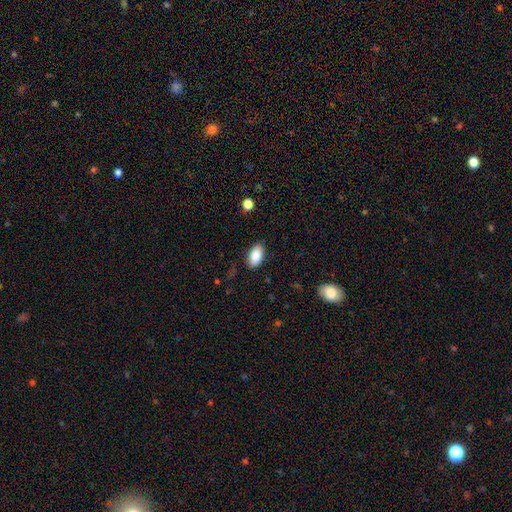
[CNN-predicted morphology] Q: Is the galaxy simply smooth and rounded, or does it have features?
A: smooth — 87%.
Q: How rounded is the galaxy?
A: in between — 93%.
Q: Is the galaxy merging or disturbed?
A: none — 85%.